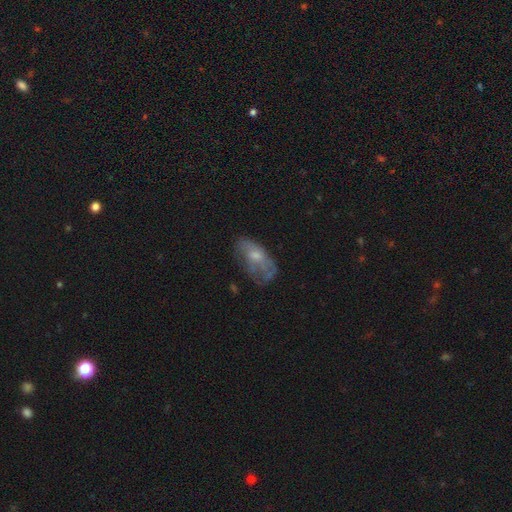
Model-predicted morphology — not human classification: featured or disk 46%, smooth 43%, star or artifact 11%. Down the decision tree: merging — none (46%).